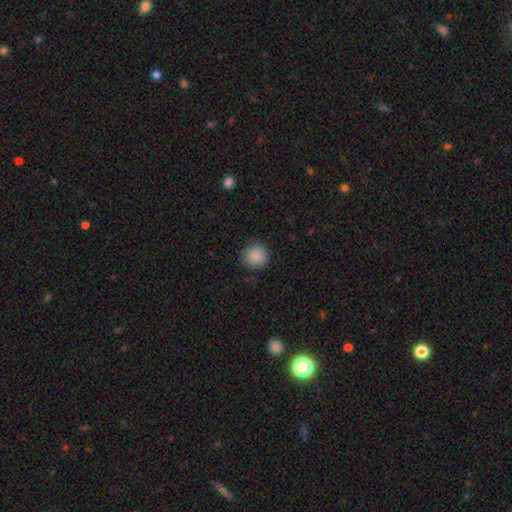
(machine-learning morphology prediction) A smooth galaxy with no disk features (89%) that is round (93%).

Vote fractions:
- Smooth or featured? smooth: 89% / star or artifact: 9% / featured or disk: 3%
- How rounded? round: 93% / in between: 6% / cigar-shaped: 1%
- Merging? none: 90% / minor disturbance: 7% / major disturbance: 2% / merger: 1%